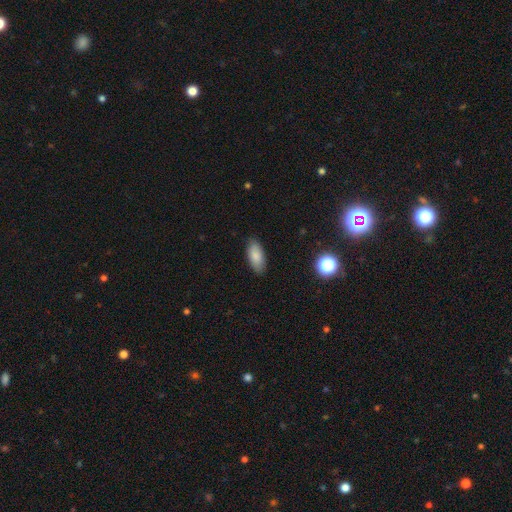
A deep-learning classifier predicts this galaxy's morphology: Smooth or featured: smooth — 85% (star or artifact — 8%)
How rounded: in between — 88% (cigar-shaped — 10%)
Merging: none — 85% (minor disturbance — 11%)